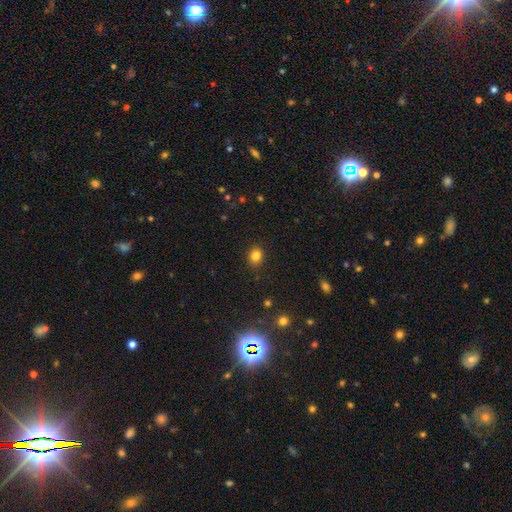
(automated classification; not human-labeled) Smooth or featured? smooth (83%)
How rounded? round (66%)
Merging? none (84%)